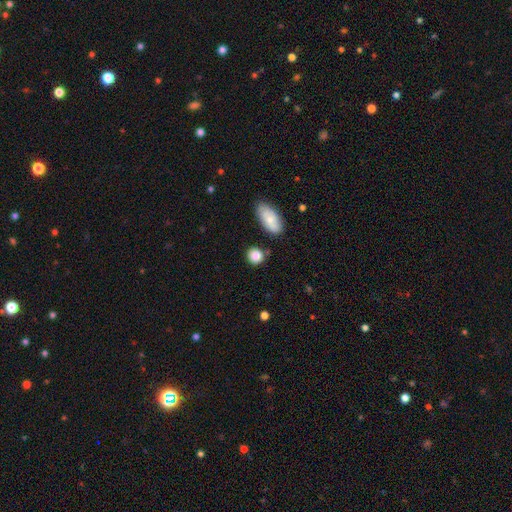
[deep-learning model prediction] smooth_or_featured: smooth (p=0.86) [alt: star or artifact p=0.08]
how_rounded: round (p=0.81) [alt: in between p=0.17]
merging: none (p=0.77) [alt: minor disturbance p=0.13]